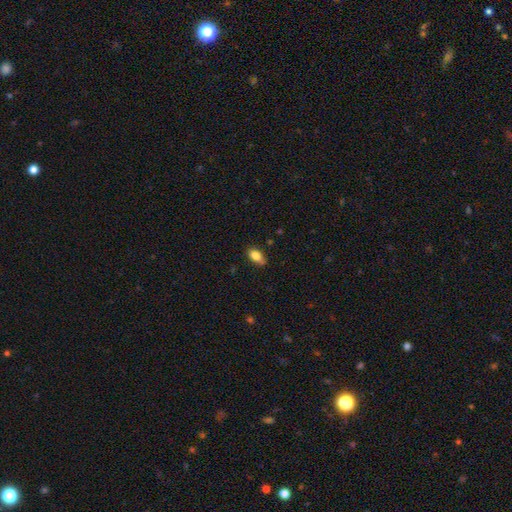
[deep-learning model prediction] A smooth galaxy with no disk features (83%) that is in between round and cigar-shaped (88%).

Vote fractions:
- Smooth or featured? smooth: 83% / featured or disk: 9% / star or artifact: 8%
- How rounded? in between: 88% / round: 8% / cigar-shaped: 4%
- Merging? none: 72% / minor disturbance: 21% / major disturbance: 4% / merger: 3%